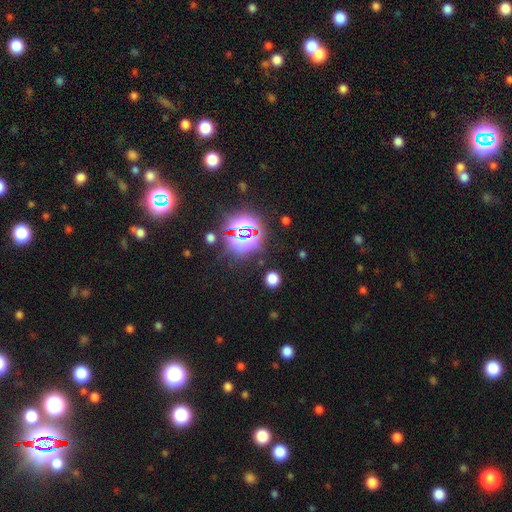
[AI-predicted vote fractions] Overall: star or artifact (79%).